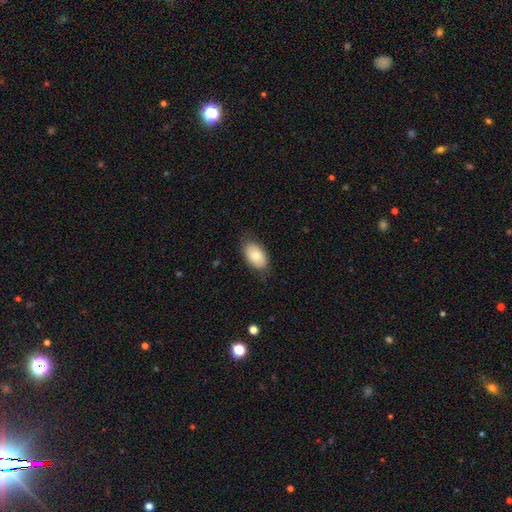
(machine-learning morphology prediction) Smooth or featured: smooth — 75% (featured or disk — 18%)
How rounded: in between — 92% (round — 7%)
Merging: none — 80% (minor disturbance — 16%)